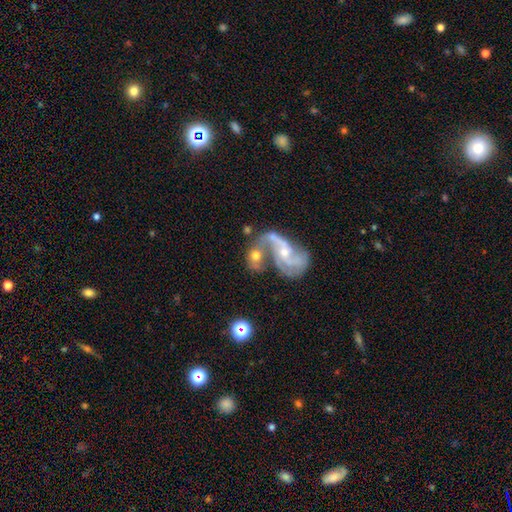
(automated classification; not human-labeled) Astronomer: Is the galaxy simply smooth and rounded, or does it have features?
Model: featured or disk — 63%.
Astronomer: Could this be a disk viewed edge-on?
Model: no — 97%.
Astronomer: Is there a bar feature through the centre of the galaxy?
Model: no — 63%.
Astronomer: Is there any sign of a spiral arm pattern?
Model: yes — 78%.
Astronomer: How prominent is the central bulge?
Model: moderate — 44% (runner-up: small, 42%).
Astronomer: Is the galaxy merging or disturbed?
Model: merger — 57%.